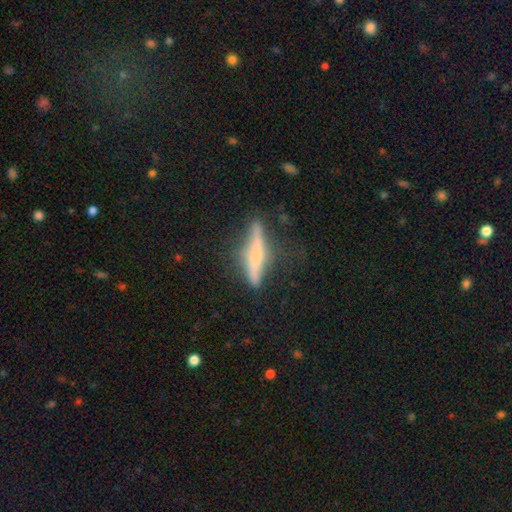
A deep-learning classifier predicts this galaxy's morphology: smooth_or_featured: featured or disk (p=0.57) [alt: smooth p=0.36]
disk_edge_on: yes (p=0.90) [alt: no p=0.10]
edge_on_bulge: rounded (p=0.44) [alt: none p=0.40]
merging: none (p=0.67) [alt: minor disturbance p=0.22]